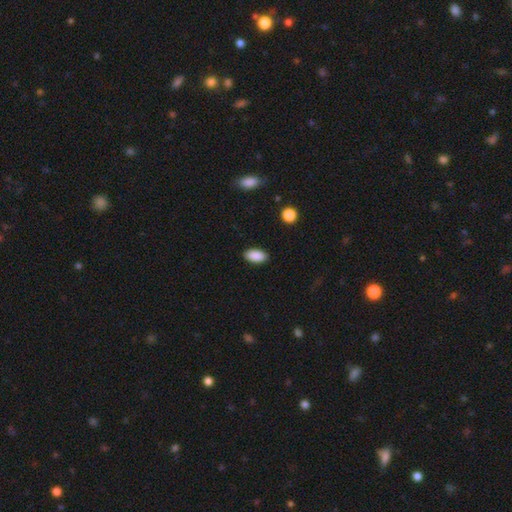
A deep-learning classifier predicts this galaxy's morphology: A smooth galaxy with no disk features (90%) that is in between round and cigar-shaped (94%). Merging: none (89%).